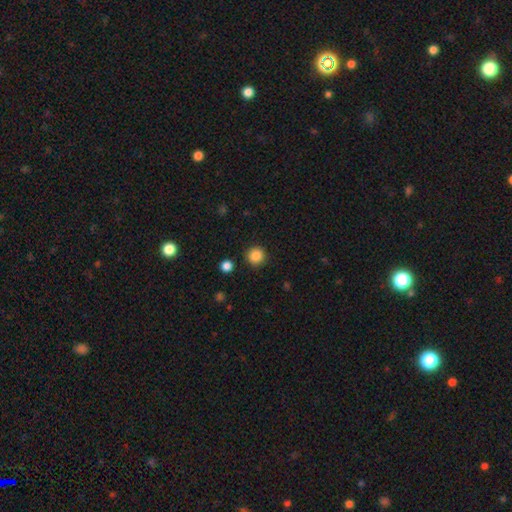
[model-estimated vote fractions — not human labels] smooth 86%, star or artifact 10%, featured or disk 3%. Down the decision tree: how rounded — round (94%); merging — none (90%).